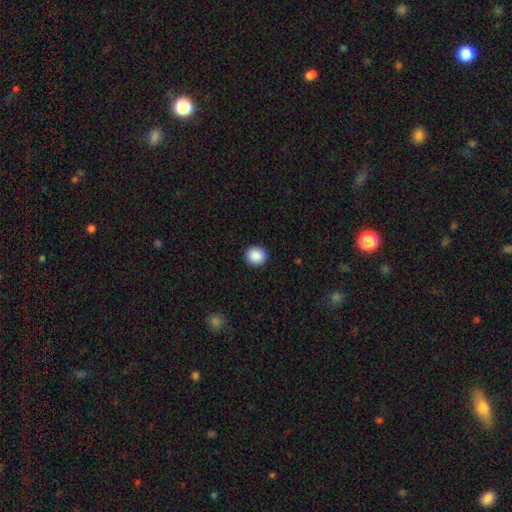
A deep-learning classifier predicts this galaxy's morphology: Q: Smooth or featured?
A: smooth (89%); runner-up: star or artifact (8%)
Q: How rounded?
A: round (86%); runner-up: in between (13%)
Q: Merging?
A: none (92%); runner-up: minor disturbance (5%)